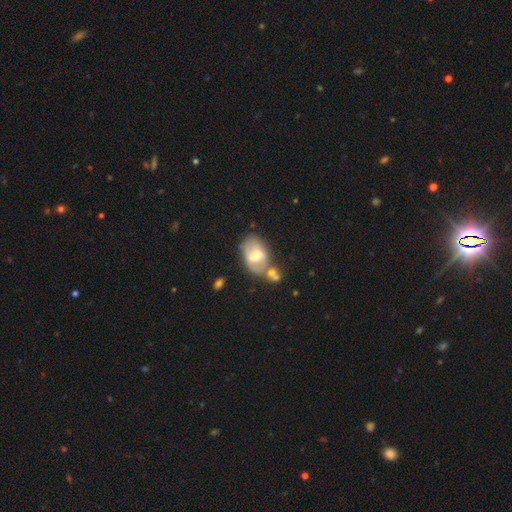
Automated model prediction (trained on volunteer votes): Q: Smooth or featured?
A: featured or disk (47%); runner-up: smooth (45%)
Q: Merging?
A: none (49%); runner-up: minor disturbance (22%)